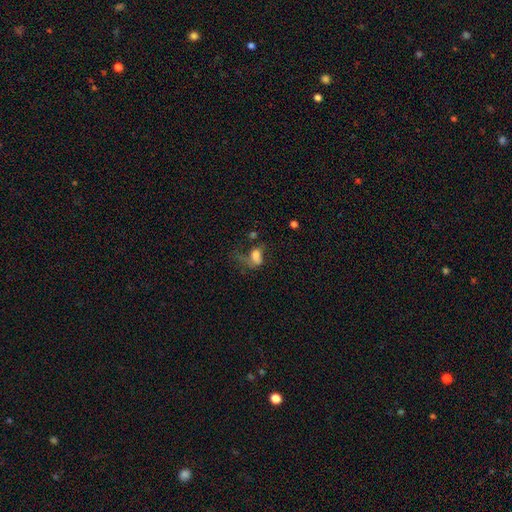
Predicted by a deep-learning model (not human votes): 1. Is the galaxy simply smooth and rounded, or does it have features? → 63% smooth, 22% featured or disk, 15% star or artifact.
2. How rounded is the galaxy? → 81% in between, 15% round, 4% cigar-shaped.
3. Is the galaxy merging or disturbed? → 51% major disturbance, 21% none, 18% minor disturbance, 9% merger.